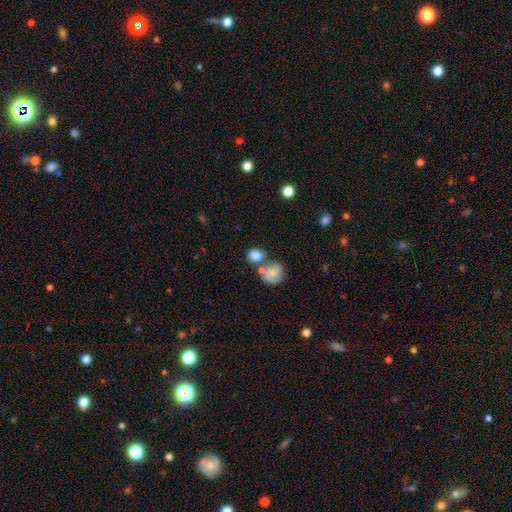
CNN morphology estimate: This is likely a smooth galaxy (77%). How rounded: likely round (62%). Merging: possibly none (48%).